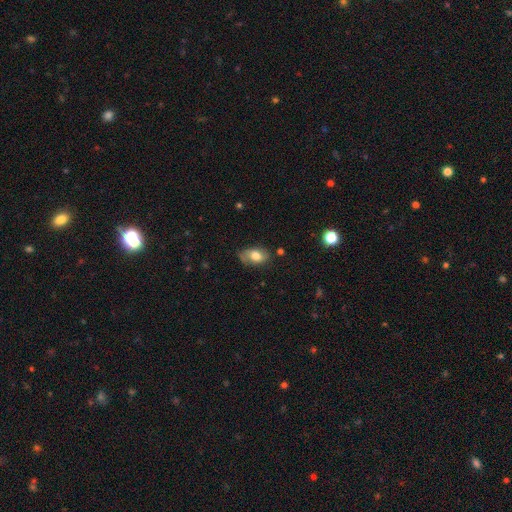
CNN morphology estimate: A smooth galaxy with no disk features (71%) that is in between round and cigar-shaped (88%). Merging: none (66%).